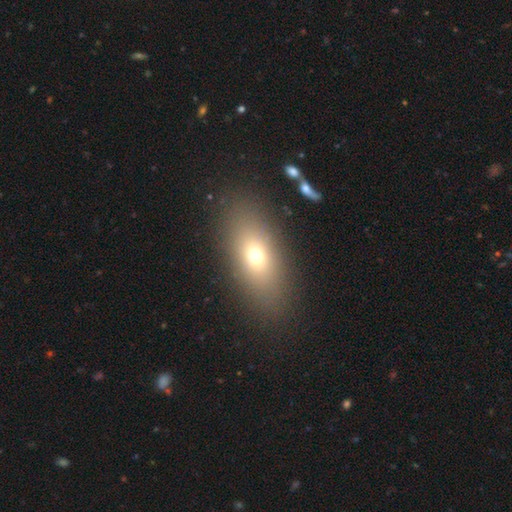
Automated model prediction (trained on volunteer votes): The model was most divided on "smooth or featured": smooth: 67%, featured or disk: 19%, star or artifact: 14%. More confident: merging — none (85%); how rounded — in between (81%).